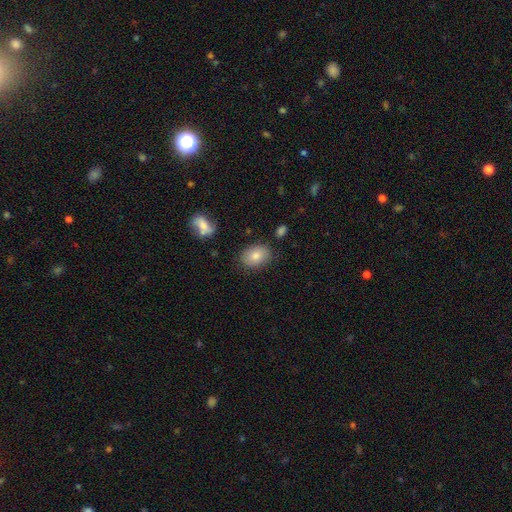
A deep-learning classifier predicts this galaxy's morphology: A smooth galaxy with no disk features (82%) that is in between round and cigar-shaped (79%).

Vote fractions:
- Smooth or featured? smooth: 82% / featured or disk: 10% / star or artifact: 8%
- How rounded? in between: 79% / round: 20% / cigar-shaped: 1%
- Merging? none: 81% / minor disturbance: 13% / major disturbance: 3% / merger: 3%